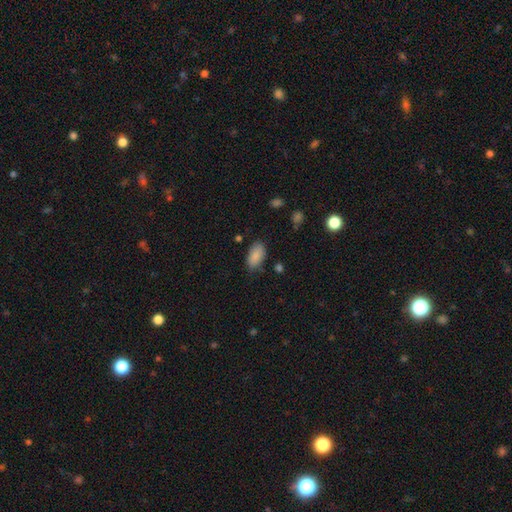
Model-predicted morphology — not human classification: Smooth or featured? Predicted: smooth (p=0.87). How rounded? Predicted: in between (p=0.94). Merging? Predicted: none (p=0.77).